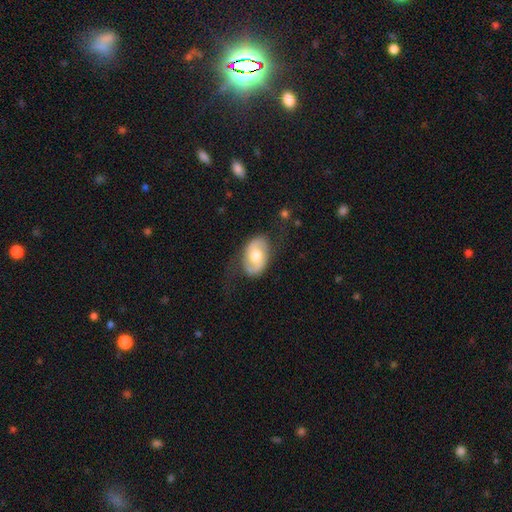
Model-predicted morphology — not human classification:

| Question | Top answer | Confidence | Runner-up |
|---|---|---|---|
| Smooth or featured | smooth | 49% | featured or disk (46%) |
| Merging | none | 70% | minor disturbance (18%) |